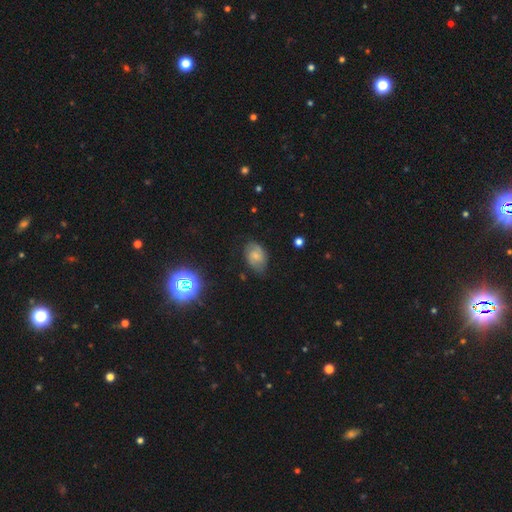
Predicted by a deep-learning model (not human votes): Overall: featured or disk (51%; smooth 39%). Edge-on disk: no (96%). Merging: none (70%).